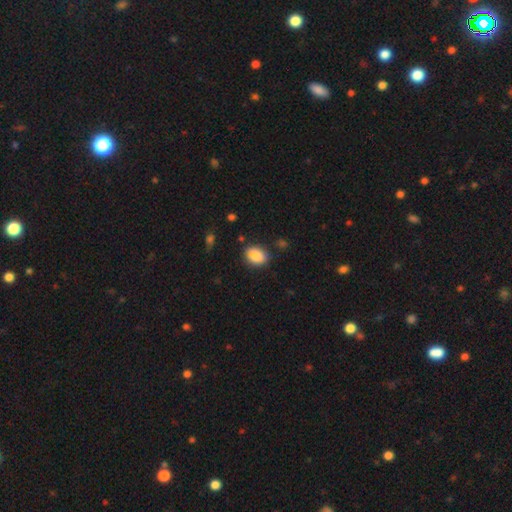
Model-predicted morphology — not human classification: Overall: smooth (86%). How rounded: in between (71%). Merging: none (78%).